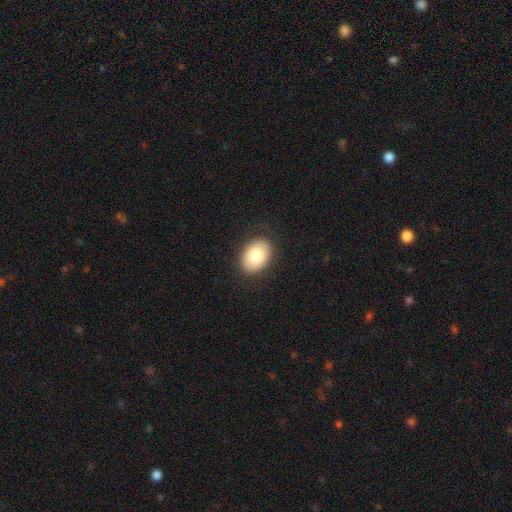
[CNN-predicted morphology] This is clearly a smooth galaxy (82%). How rounded: clearly in between (82%). Merging: clearly none (87%).